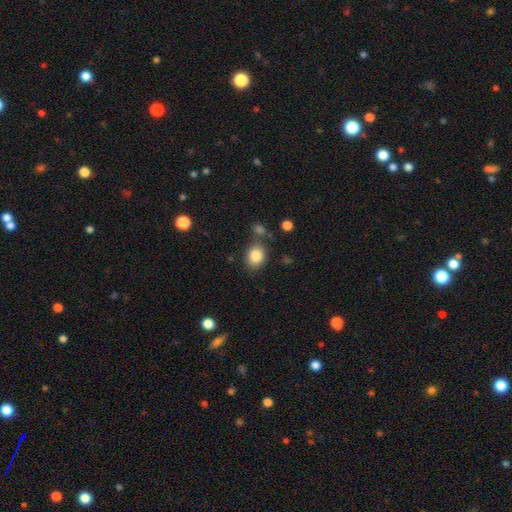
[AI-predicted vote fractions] Smooth or featured: smooth — 84% (star or artifact — 9%)
How rounded: round — 54% (in between — 45%)
Merging: none — 72% (minor disturbance — 14%)